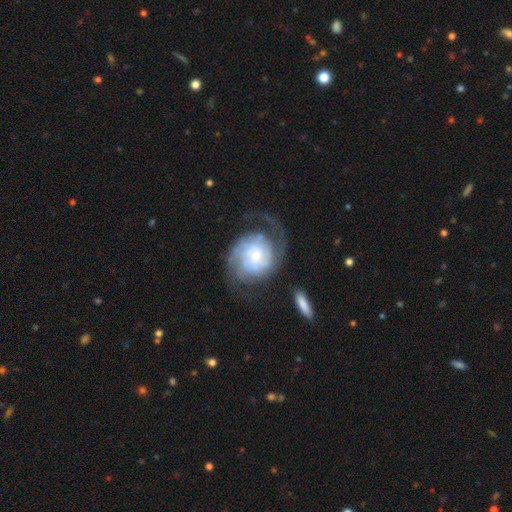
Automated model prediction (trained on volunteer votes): A featured or disk galaxy (79%) with no bar (62%), 2 (43%) tight (50%) spiral arms (93%) and a small central bulge (60%).

Vote fractions:
- Smooth or featured? featured or disk: 79% / smooth: 15% / star or artifact: 6%
- Edge-on disk? no: 97% / yes: 3%
- Bar? no: 62% / weak: 32% / strong: 6%
- Spiral arms? yes: 93% / no: 7%
- Spiral winding? tight: 50% / medium: 33% / loose: 17%
- Spiral arm count? 2: 43% / can't tell: 30% / 3: 11% / 1: 7% / 4: 5% / more than 4: 4%
- Bulge size? small: 60% / moderate: 31% / large: 5% / none: 3% / dominant: 1%
- Merging? none: 53% / major disturbance: 26% / minor disturbance: 18% / merger: 4%